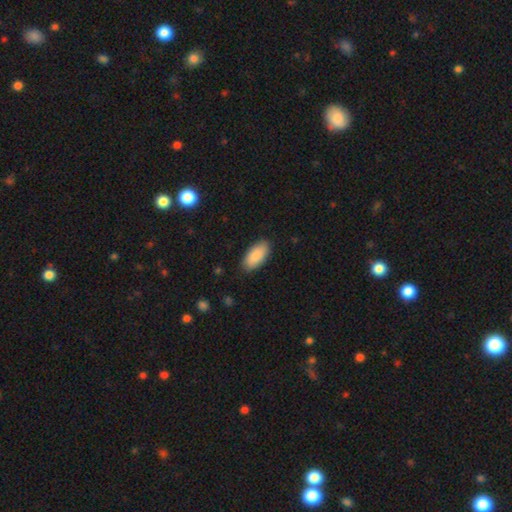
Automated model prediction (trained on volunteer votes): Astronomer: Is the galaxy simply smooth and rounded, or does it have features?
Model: smooth — 89%.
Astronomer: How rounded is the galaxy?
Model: in between — 92%.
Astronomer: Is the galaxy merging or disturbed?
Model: none — 87%.